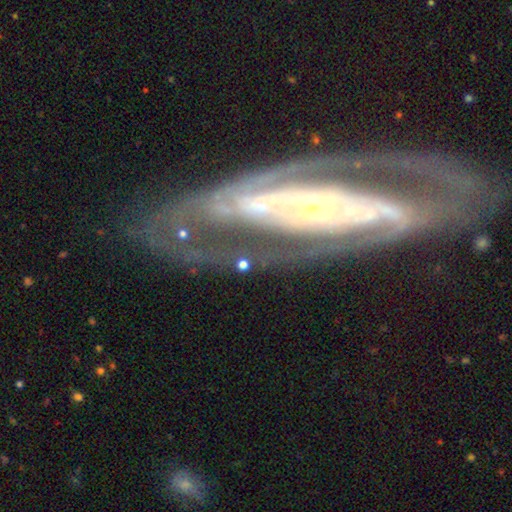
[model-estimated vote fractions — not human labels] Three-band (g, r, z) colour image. It shows a featured or disk galaxy (88%) with a strong bar (41%), 2 (72%) tight (44%) spiral arms (91%) and a small central bulge (61%). Merging: none (63%).